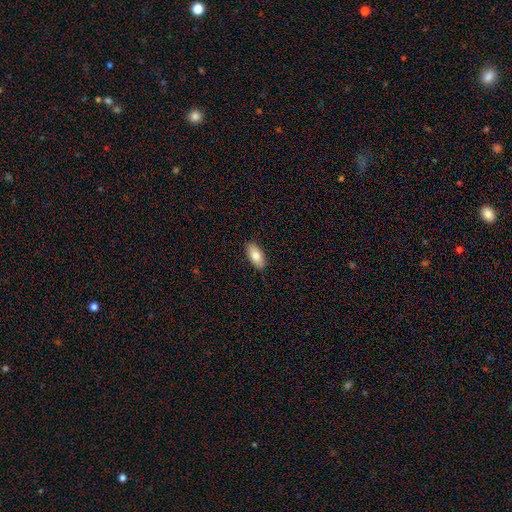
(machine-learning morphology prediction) type=smooth (81%); roundness=in between (90%); merging=none (89%).